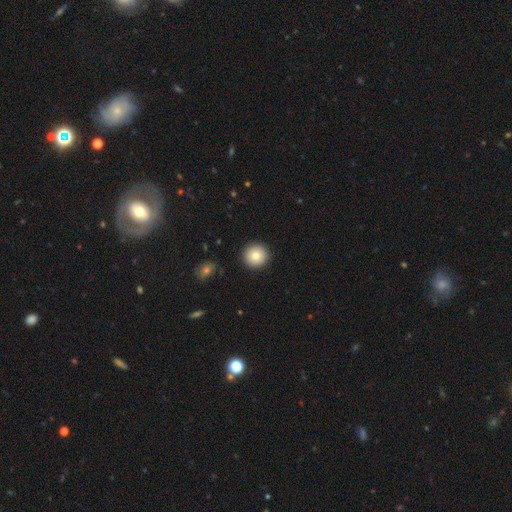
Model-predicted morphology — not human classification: This appears to be a smooth galaxy with no disk features (81%) that is round (95%). Merging: none (93%).